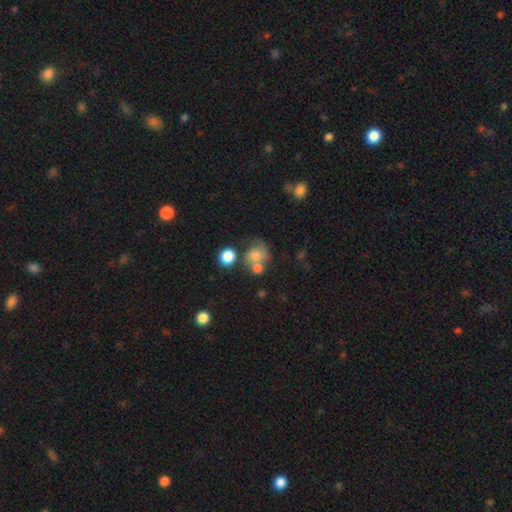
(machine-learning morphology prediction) type=smooth (60%); roundness=round (67%); merging=none (31%).